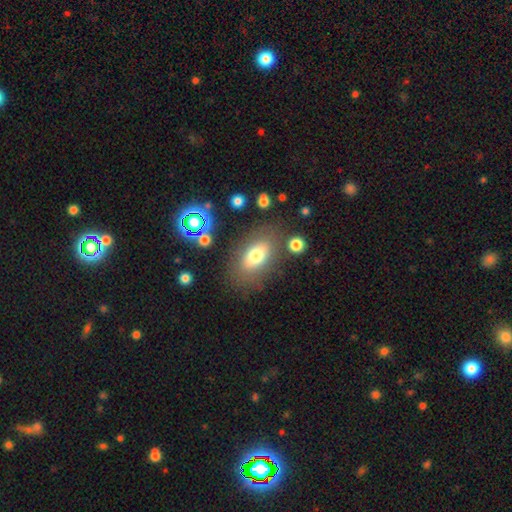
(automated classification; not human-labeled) This is likely a smooth galaxy (70%). How rounded: clearly in between (85%). Merging: likely none (76%).